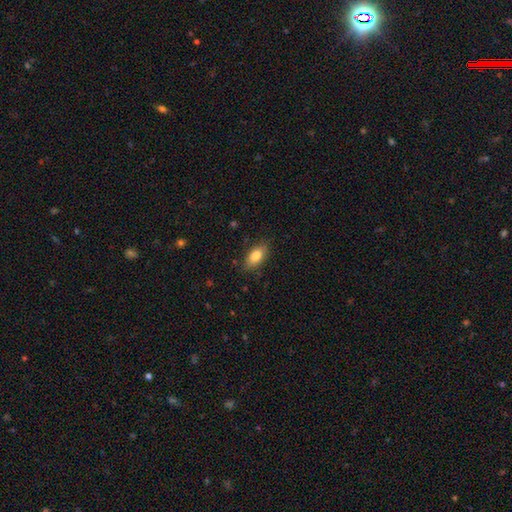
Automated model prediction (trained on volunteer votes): This appears to be a smooth galaxy with no disk features (82%) that is in between round and cigar-shaped (88%). Merging: none (82%).